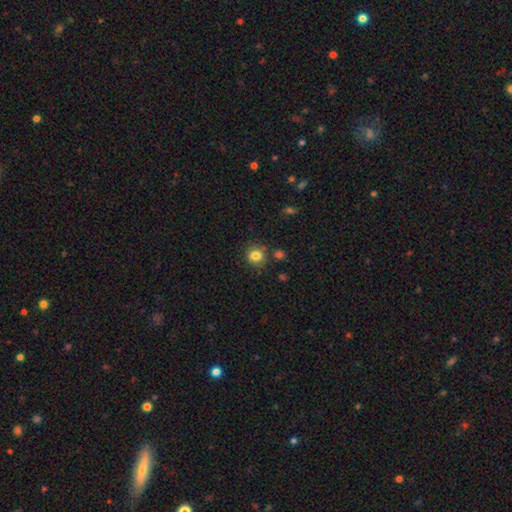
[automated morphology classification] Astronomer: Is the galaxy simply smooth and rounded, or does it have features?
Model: smooth — 82%.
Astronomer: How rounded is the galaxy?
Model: round — 82%.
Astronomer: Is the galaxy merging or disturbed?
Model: none — 79%.